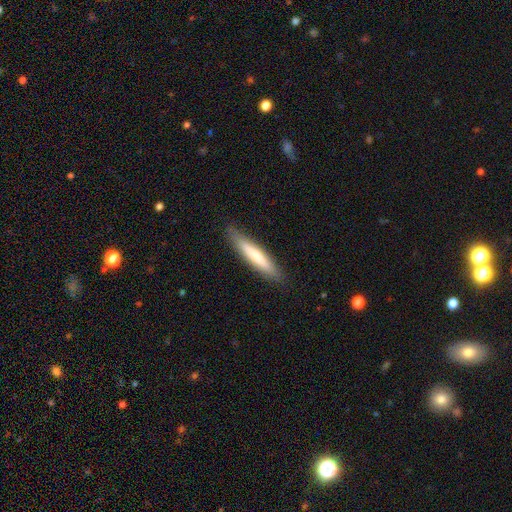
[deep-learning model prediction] A smooth galaxy with no disk features (71%) that is cigar-shaped (90%).

Vote fractions:
- Smooth or featured? smooth: 71% / featured or disk: 24% / star or artifact: 5%
- How rounded? cigar-shaped: 90% / in between: 9% / round: 1%
- Merging? none: 86% / minor disturbance: 11% / major disturbance: 2% / merger: 1%